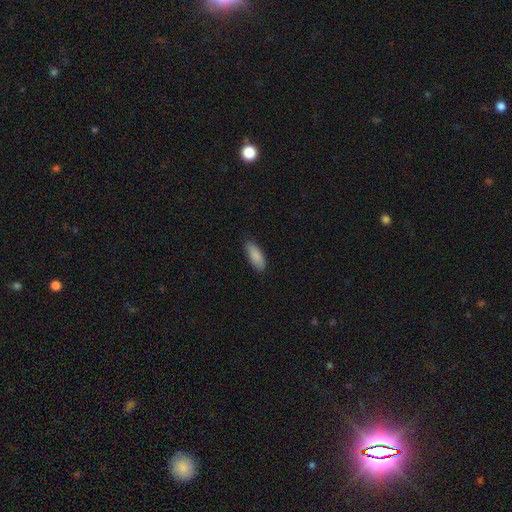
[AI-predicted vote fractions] This is clearly a smooth galaxy (89%). How rounded: likely in between (72%). Merging: clearly none (86%).